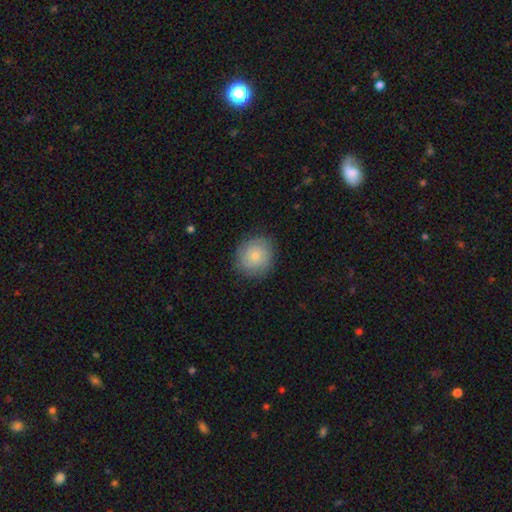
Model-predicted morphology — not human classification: smooth-or-featured: smooth: 73% | featured or disk: 19% | star or artifact: 7%
  how-rounded: round: 86% | in between: 13% | cigar-shaped: 1%
  merging: none: 84% | minor disturbance: 12% | major disturbance: 3% | merger: 1%